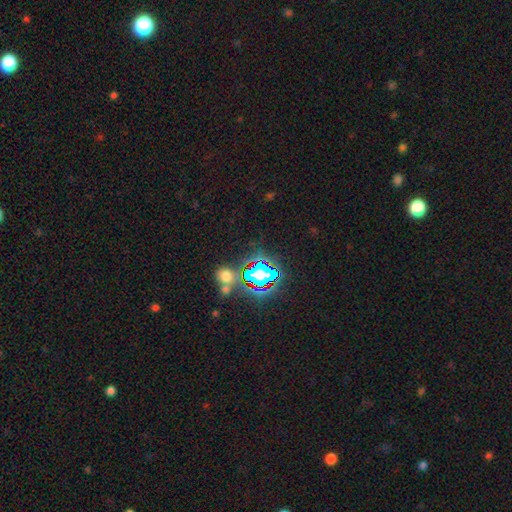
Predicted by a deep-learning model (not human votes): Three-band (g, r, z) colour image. It shows a star or artifact, not a galaxy (82%).